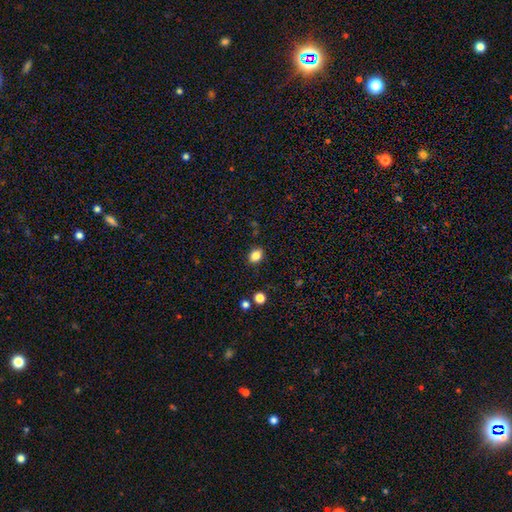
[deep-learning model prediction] The model was most divided on "how rounded": in between: 64%, round: 35%, cigar-shaped: 1%. More confident: merging — none (86%); smooth or featured — smooth (84%).